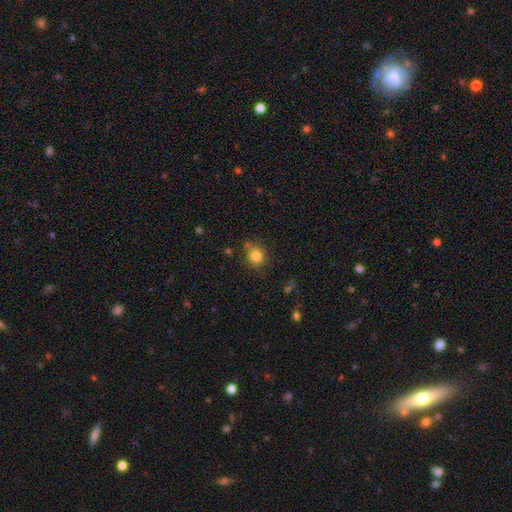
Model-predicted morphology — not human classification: type=smooth (82%); roundness=round (87%); merging=none (78%).